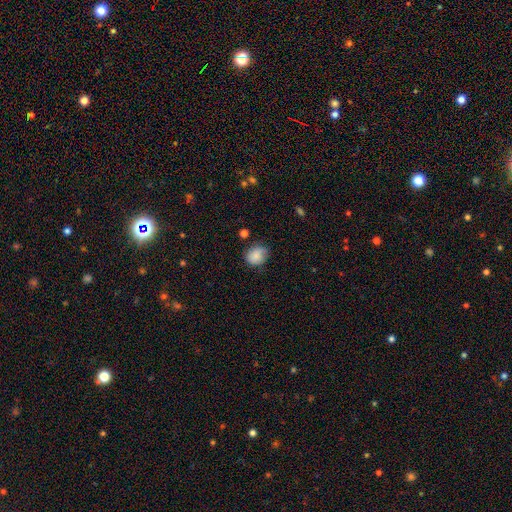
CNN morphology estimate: type=smooth (84%); roundness=round (69%); merging=none (69%).